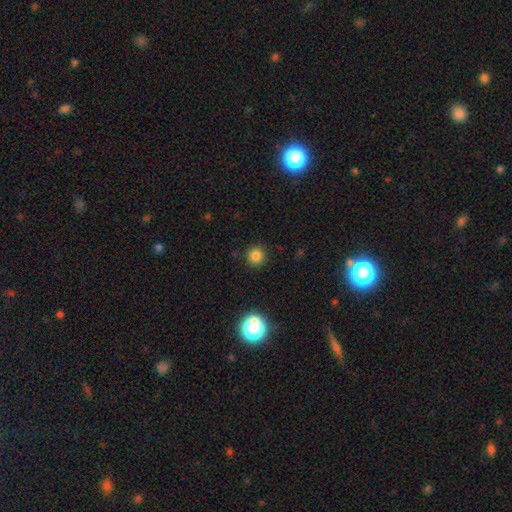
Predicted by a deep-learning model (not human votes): A smooth galaxy with no disk features (81%) that is round (93%). Merging: none (90%).